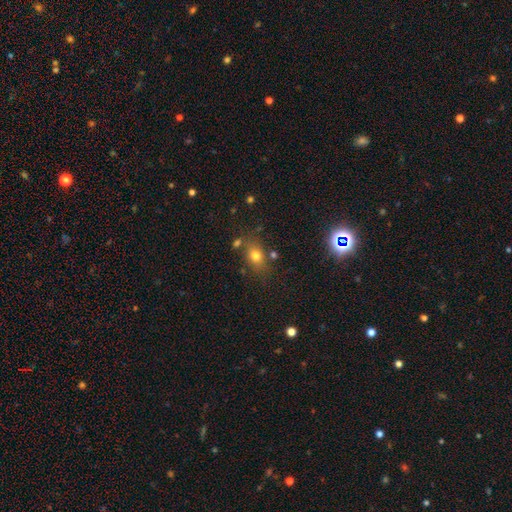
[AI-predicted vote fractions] Smooth or featured?
  - smooth: 73% *
  - star or artifact: 14%
  - featured or disk: 13%
How rounded?
  - in between: 68% *
  - round: 28%
  - cigar-shaped: 3%
Merging?
  - none: 72% *
  - minor disturbance: 15%
  - merger: 9%
  - major disturbance: 5%